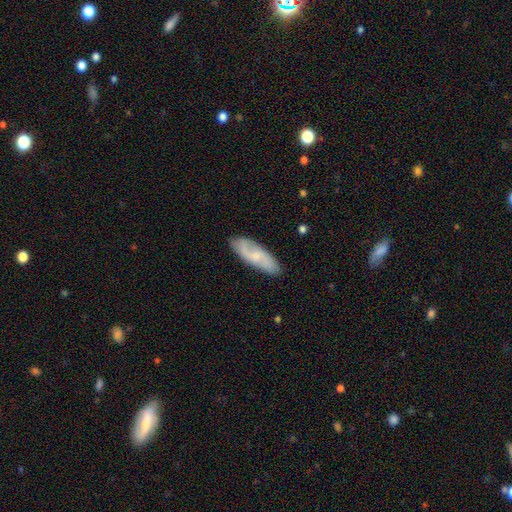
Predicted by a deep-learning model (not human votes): Overall: featured or disk (53%; smooth 41%). Edge-on disk: no (86%). Merging: none (82%).